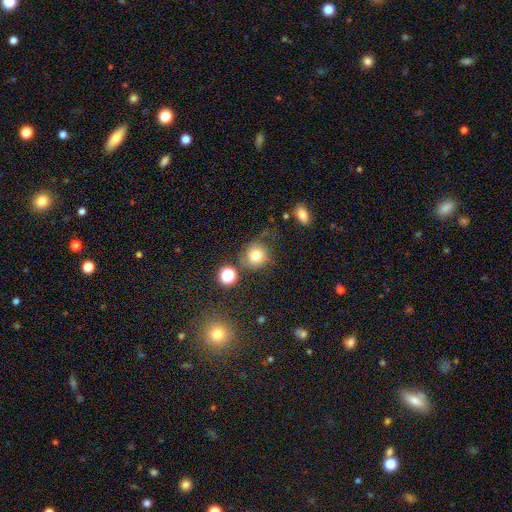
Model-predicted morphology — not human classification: Q: Smooth or featured?
A: smooth (73%); runner-up: star or artifact (14%)
Q: How rounded?
A: round (88%); runner-up: in between (11%)
Q: Merging?
A: none (64%); runner-up: minor disturbance (19%)